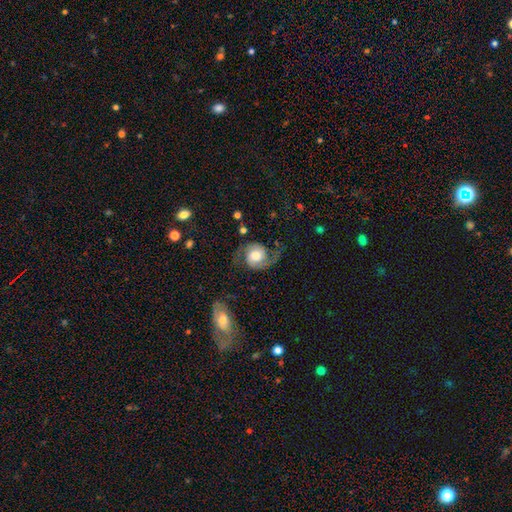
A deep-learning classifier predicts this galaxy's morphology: Smooth or featured? Predicted: featured or disk (p=0.72). Edge-on disk? Predicted: no (p=0.98). Bar? Predicted: no (p=0.67). Spiral arms? Predicted: yes (p=0.95). Spiral winding? Predicted: loose (p=0.43, tied with medium). Spiral arm count? Predicted: 2 (p=0.89). Bulge size? Predicted: large (p=0.40). Merging? Predicted: none (p=0.63).